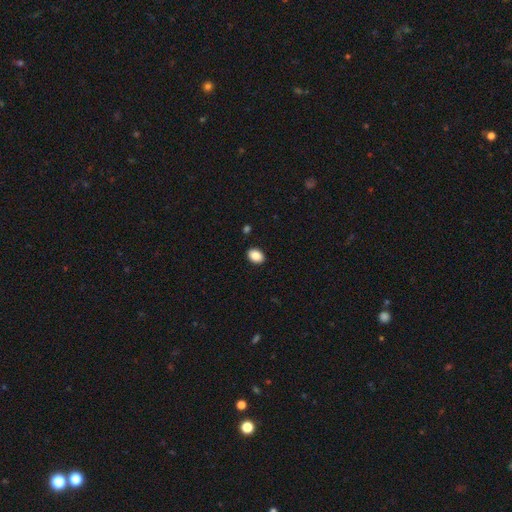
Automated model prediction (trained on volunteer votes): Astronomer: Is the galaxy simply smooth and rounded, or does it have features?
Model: smooth — 88%.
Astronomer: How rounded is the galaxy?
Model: in between — 76%.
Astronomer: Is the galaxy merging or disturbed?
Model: none — 90%.